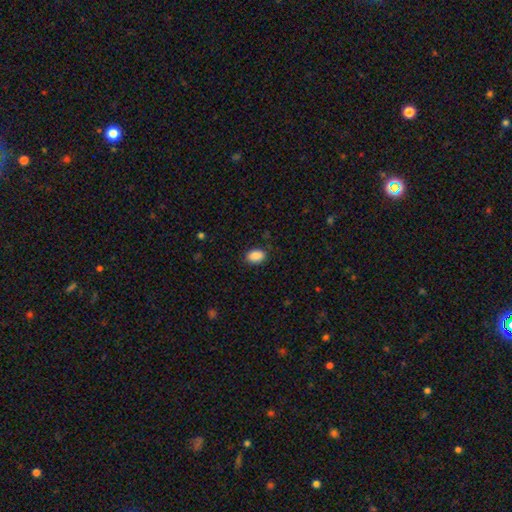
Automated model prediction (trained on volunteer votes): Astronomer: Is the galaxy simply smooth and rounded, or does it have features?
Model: smooth — 89%.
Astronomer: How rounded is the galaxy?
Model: in between — 82%.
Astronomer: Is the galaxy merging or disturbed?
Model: none — 85%.